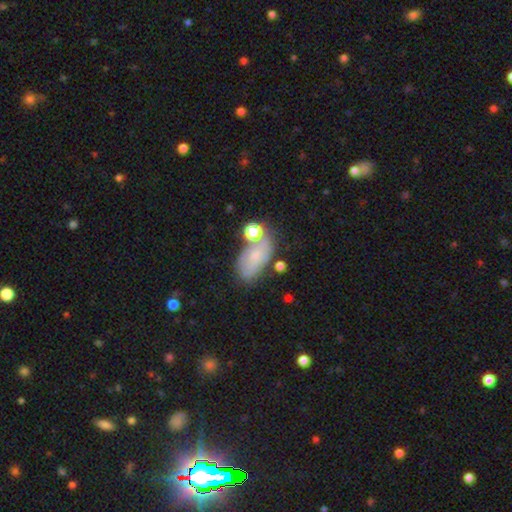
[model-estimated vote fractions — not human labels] smooth 59%, featured or disk 29%, star or artifact 12%. Down the decision tree: how rounded — in between (88%); merging — none (49%).